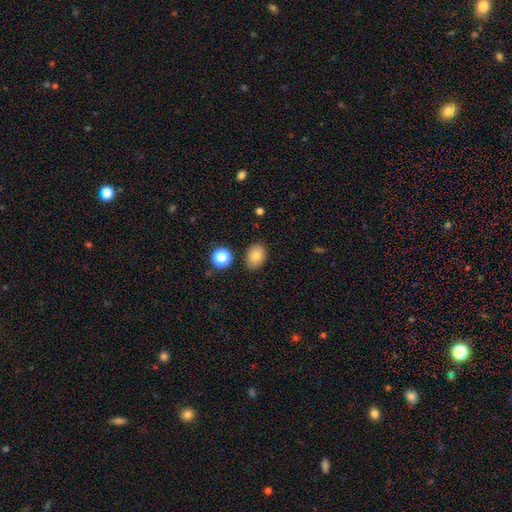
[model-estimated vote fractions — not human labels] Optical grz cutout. It shows a smooth galaxy with no disk features (83%) that is in between round and cigar-shaped (76%). Merging: none (84%).